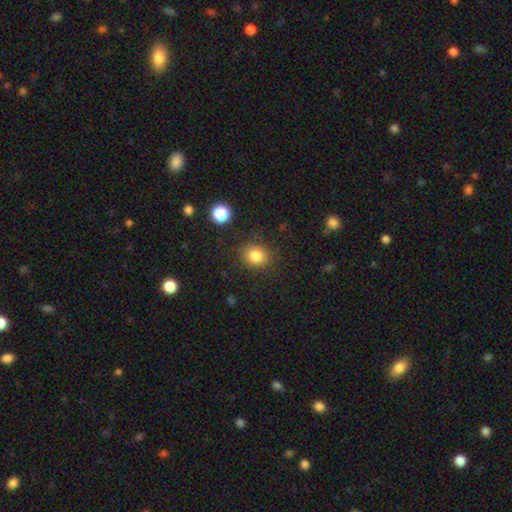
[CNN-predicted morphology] smooth_or_featured: smooth (p=0.83) [alt: star or artifact p=0.11]
how_rounded: round (p=0.70) [alt: in between p=0.29]
merging: none (p=0.85) [alt: minor disturbance p=0.10]